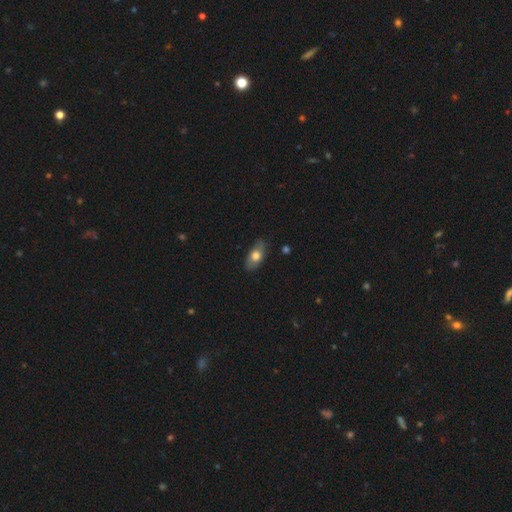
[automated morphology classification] Q: Smooth or featured?
A: smooth (70%); runner-up: featured or disk (24%)
Q: How rounded?
A: in between (86%); runner-up: cigar-shaped (8%)
Q: Merging?
A: none (80%); runner-up: minor disturbance (16%)